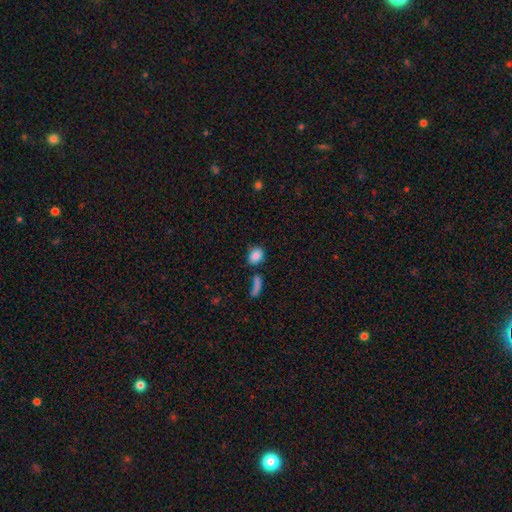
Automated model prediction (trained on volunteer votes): smooth-or-featured: smooth: 84% | star or artifact: 9% | featured or disk: 7%
  how-rounded: in between: 61% | round: 36% | cigar-shaped: 3%
  merging: none: 68% | minor disturbance: 13% | merger: 13% | major disturbance: 6%